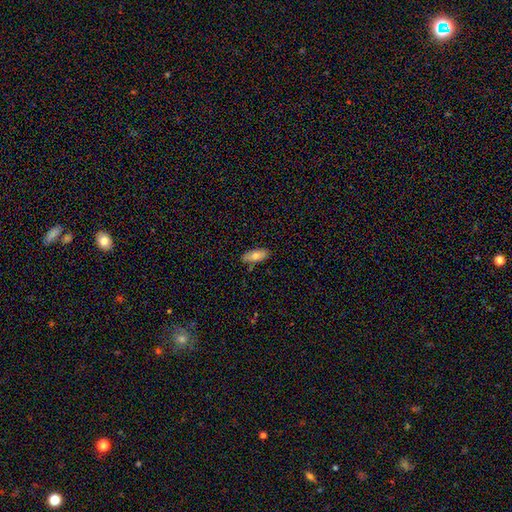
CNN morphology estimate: type=smooth (74%); roundness=in between (81%); merging=none (82%).